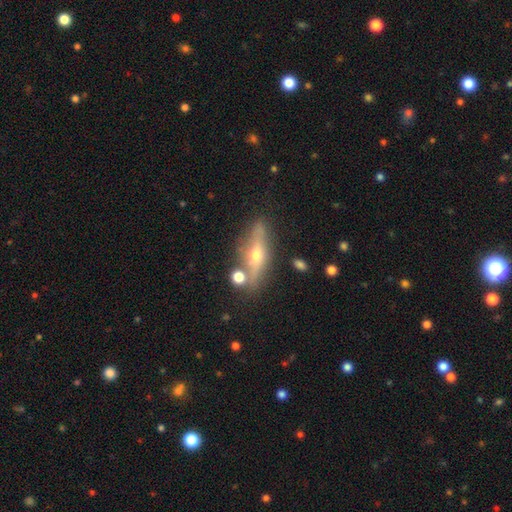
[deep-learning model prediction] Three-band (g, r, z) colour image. It shows a featured or disk galaxy (65%) viewed edge-on (87%) with a rounded central bulge (93%). Merging: none (74%).